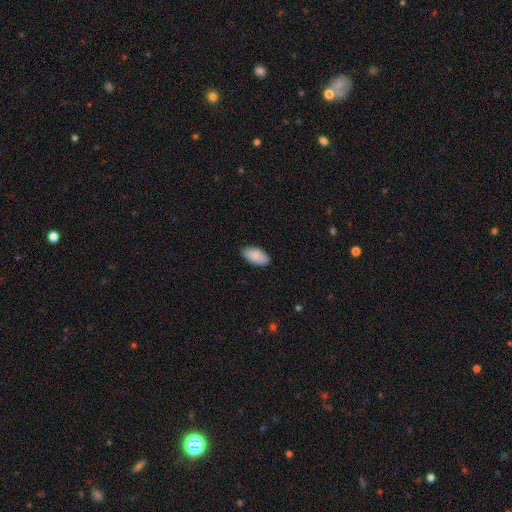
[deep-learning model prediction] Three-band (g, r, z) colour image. It shows a smooth galaxy with no disk features (88%) that is in between round and cigar-shaped (94%). Merging: none (87%).